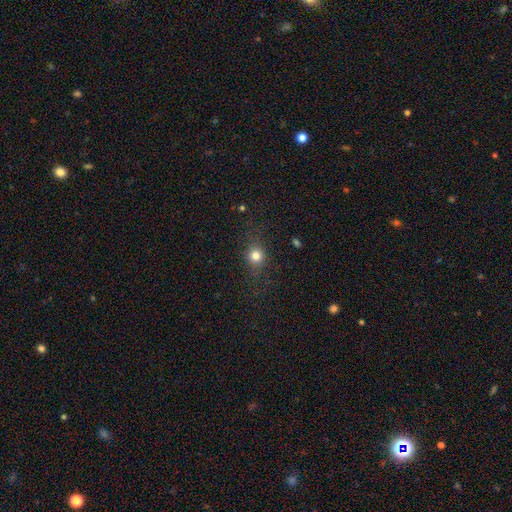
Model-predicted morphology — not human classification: A smooth galaxy with no disk features (78%) that is round (84%). Merging: none (81%).